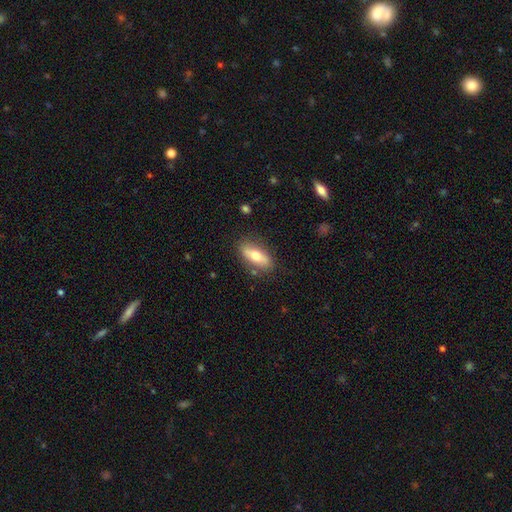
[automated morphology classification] Smooth or featured? smooth (63%)
How rounded? in between (73%)
Merging? none (82%)